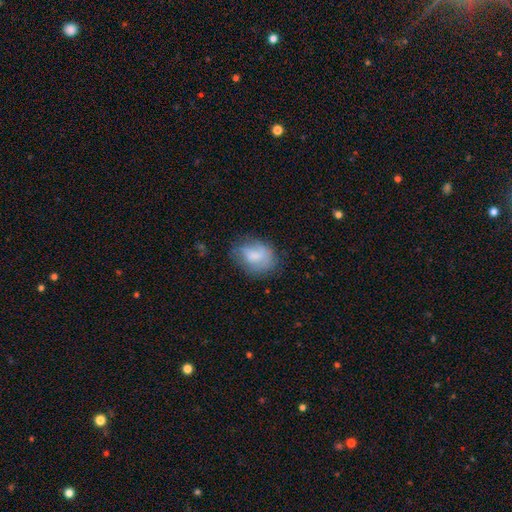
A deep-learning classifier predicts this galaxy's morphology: This appears to be a smooth galaxy with no disk features (69%) that is in between round and cigar-shaped (65%). Merging: none (57%).